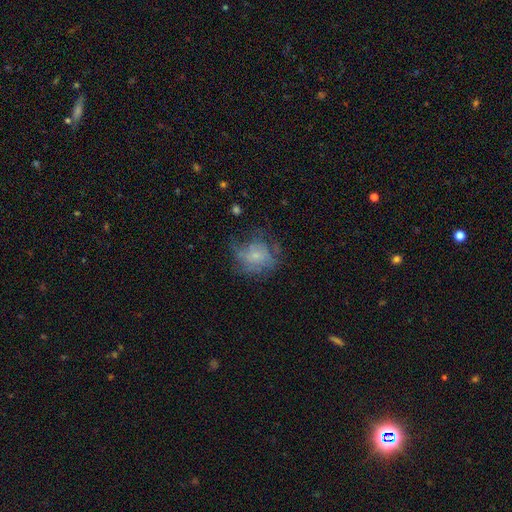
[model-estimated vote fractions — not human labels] Smooth or featured? Predicted: smooth (p=0.48). Merging? Predicted: none (p=0.49).